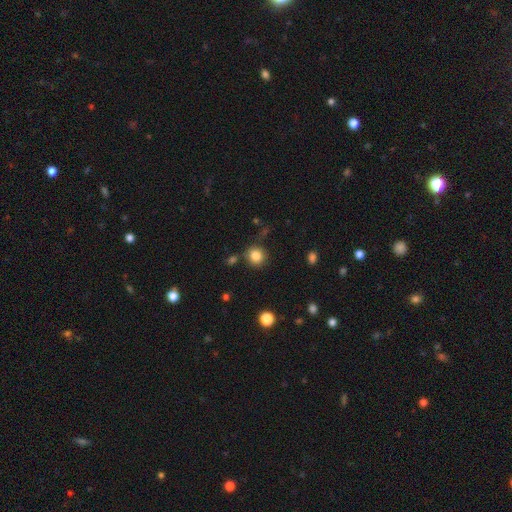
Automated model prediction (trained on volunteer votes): This is clearly a smooth galaxy (83%). How rounded: clearly round (88%). Merging: clearly none (81%).